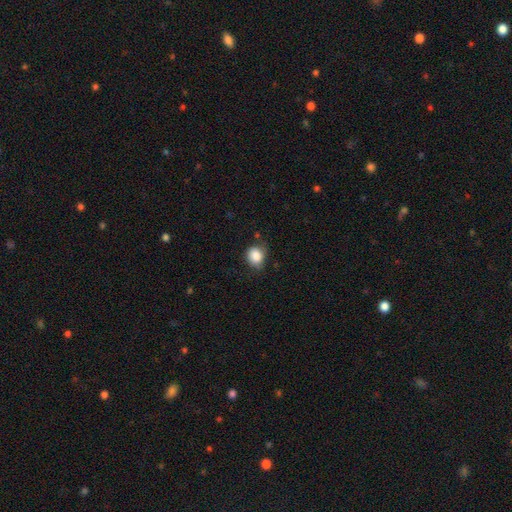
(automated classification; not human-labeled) This is clearly a smooth galaxy (86%). How rounded: likely round (61%). Merging: likely none (63%).